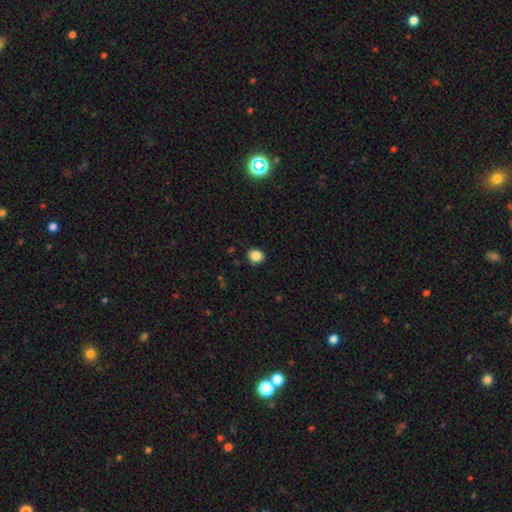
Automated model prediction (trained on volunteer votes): Overall: smooth (86%). How rounded: round (69%; in between 30%). Merging: none (88%).